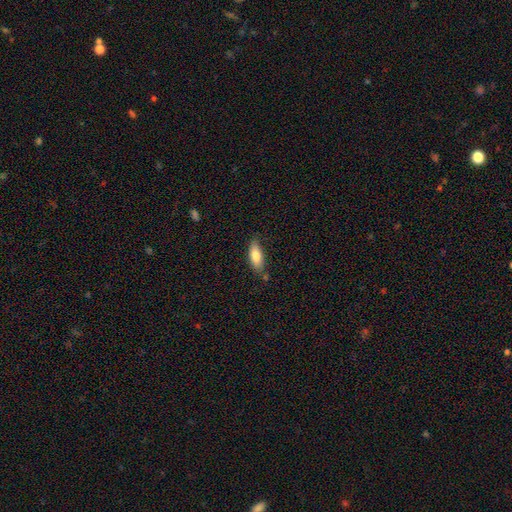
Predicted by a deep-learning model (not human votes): Smooth or featured? smooth (78%)
How rounded? in between (71%)
Merging? none (73%)